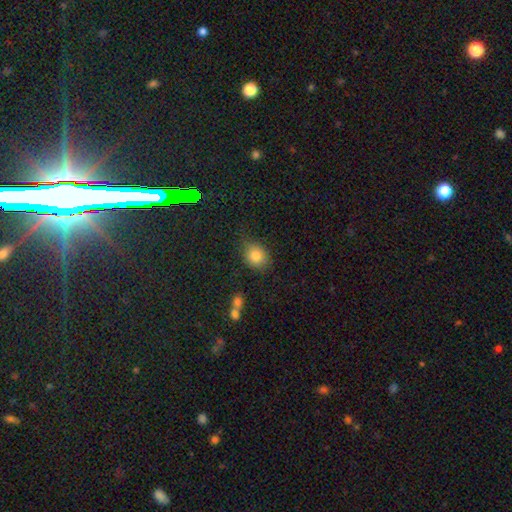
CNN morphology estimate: smooth 80%, star or artifact 11%, featured or disk 9%. Down the decision tree: how rounded — round (66%); merging — none (72%).